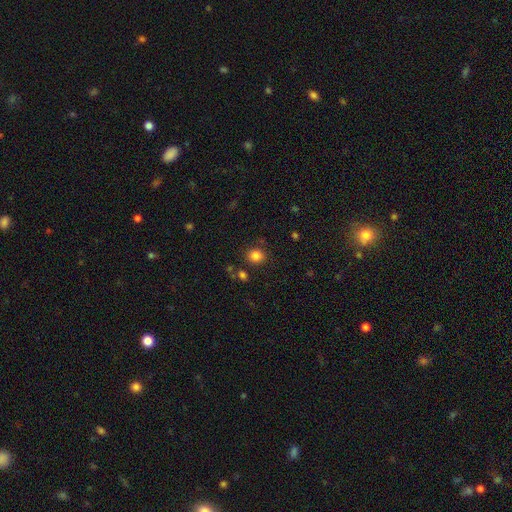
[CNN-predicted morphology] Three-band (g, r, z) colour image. It shows a smooth galaxy with no disk features (83%) that is round (73%). Merging: none (83%).